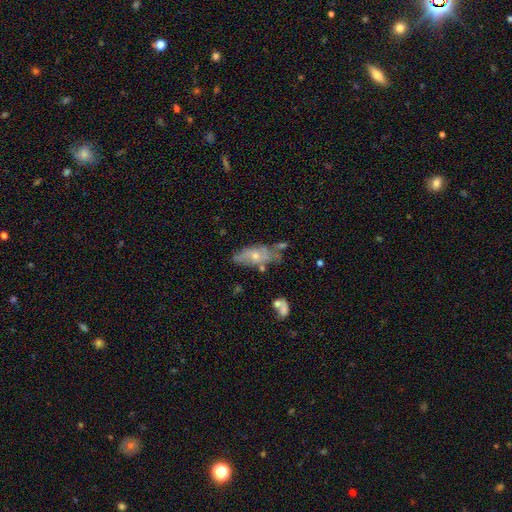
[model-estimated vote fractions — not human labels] Smooth or featured? featured or disk (56%)
Edge-on disk? no (82%)
Merging? none (50%)